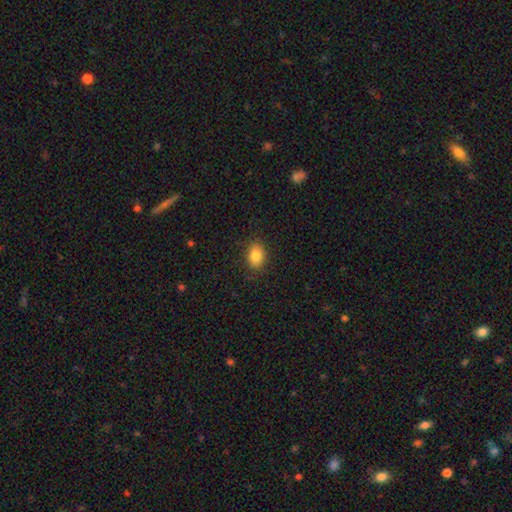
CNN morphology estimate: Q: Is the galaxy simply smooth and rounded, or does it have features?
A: smooth — 85%.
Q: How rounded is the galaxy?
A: in between — 75%.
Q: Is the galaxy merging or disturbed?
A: none — 86%.